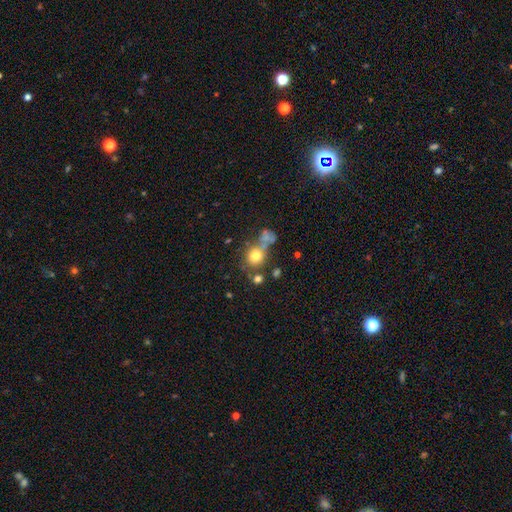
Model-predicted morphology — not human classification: smooth_or_featured: smooth (p=0.74) [alt: featured or disk p=0.13]
how_rounded: round (p=0.84) [alt: in between p=0.15]
merging: none (p=0.49) [alt: merger p=0.30]